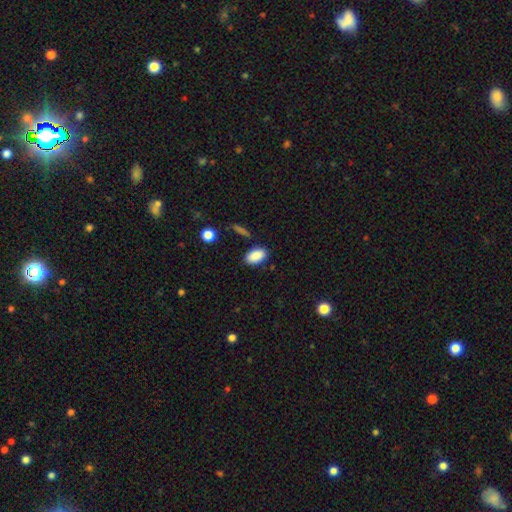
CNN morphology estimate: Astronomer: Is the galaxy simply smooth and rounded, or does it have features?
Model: smooth — 89%.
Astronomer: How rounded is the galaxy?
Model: in between — 92%.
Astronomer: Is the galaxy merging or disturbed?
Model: none — 83%.